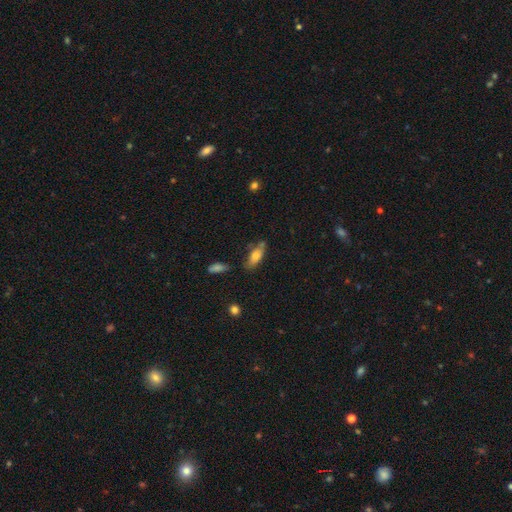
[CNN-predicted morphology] Smooth or featured: smooth — 72% (featured or disk — 21%)
How rounded: in between — 75% (cigar-shaped — 22%)
Merging: none — 57% (minor disturbance — 25%)